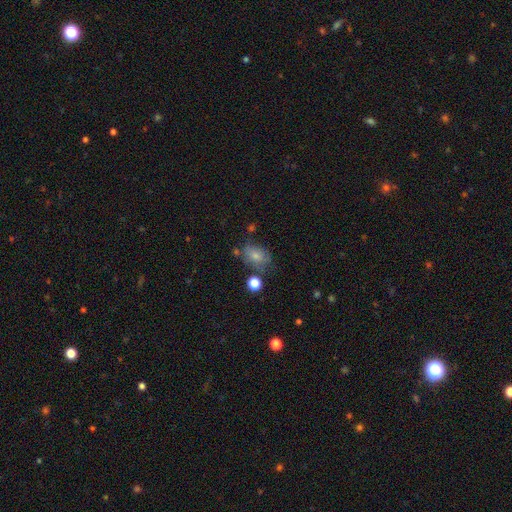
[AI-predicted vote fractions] Smooth or featured? smooth (74%)
How rounded? in between (75%)
Merging? none (56%)